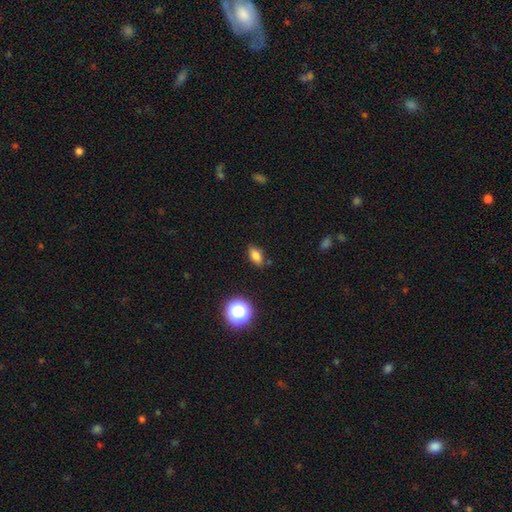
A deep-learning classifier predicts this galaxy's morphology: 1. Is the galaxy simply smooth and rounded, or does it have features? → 78% smooth, 12% star or artifact, 10% featured or disk.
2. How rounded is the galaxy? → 82% in between, 11% round, 7% cigar-shaped.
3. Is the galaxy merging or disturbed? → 82% none, 13% minor disturbance, 3% major disturbance, 2% merger.